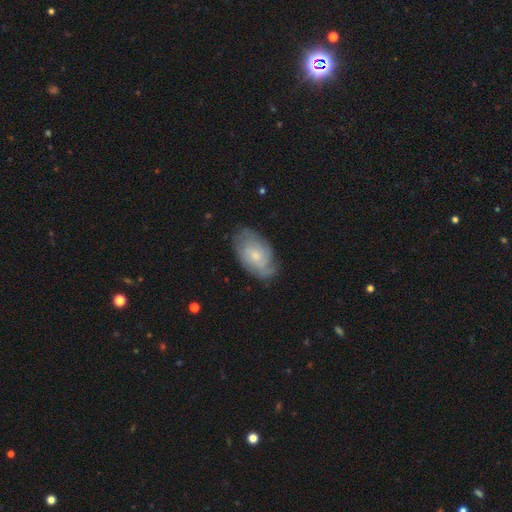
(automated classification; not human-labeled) Smooth or featured? featured or disk (60%)
Edge-on disk? no (95%)
Bar? no (73%)
Spiral arms? yes (86%)
Bulge size? small (59%)
Merging? none (71%)